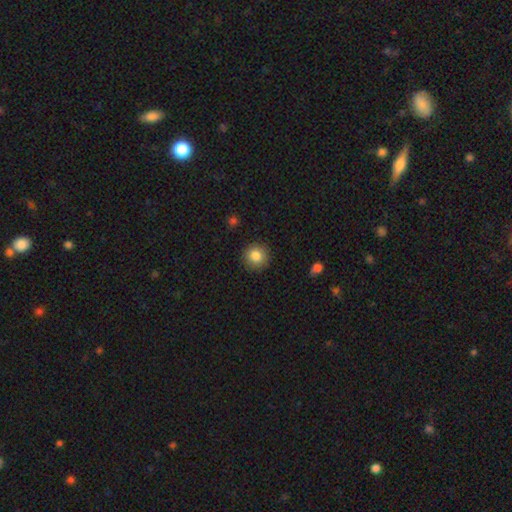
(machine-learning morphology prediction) type=smooth (84%); roundness=round (94%); merging=none (91%).